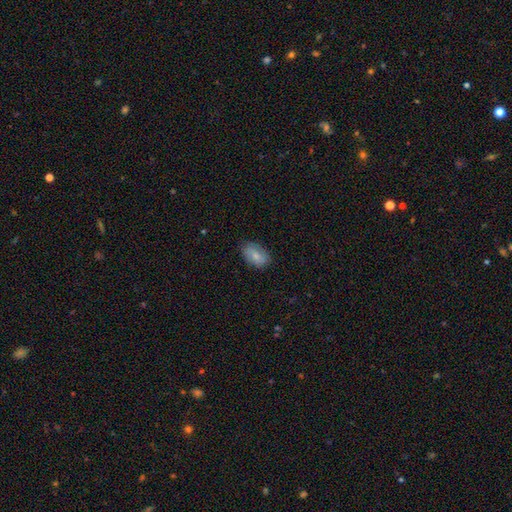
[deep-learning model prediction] This is likely a smooth galaxy (77%). How rounded: clearly in between (90%). Merging: likely none (80%).